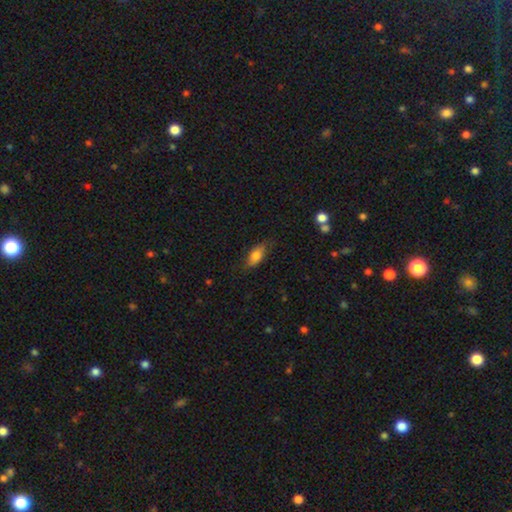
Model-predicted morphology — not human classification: smooth 75%, featured or disk 18%, star or artifact 7%. Down the decision tree: how rounded — in between (82%); merging — none (72%).